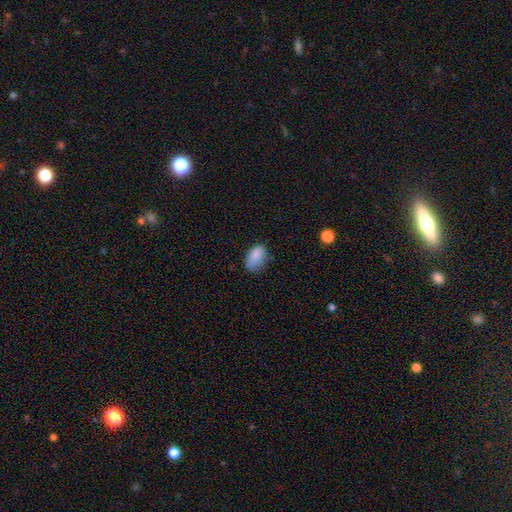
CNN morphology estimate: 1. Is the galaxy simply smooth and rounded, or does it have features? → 85% smooth, 8% star or artifact, 6% featured or disk.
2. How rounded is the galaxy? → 91% in between, 7% round, 2% cigar-shaped.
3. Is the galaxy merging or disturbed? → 59% none, 31% minor disturbance, 8% major disturbance, 2% merger.